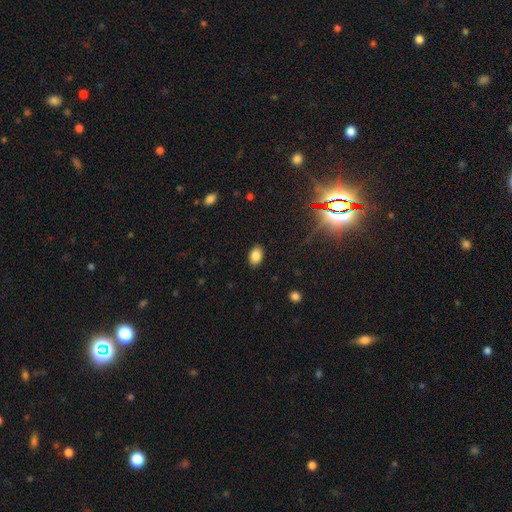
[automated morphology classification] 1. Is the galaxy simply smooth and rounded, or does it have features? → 85% smooth, 10% star or artifact, 5% featured or disk.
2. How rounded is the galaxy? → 86% in between, 13% round, 1% cigar-shaped.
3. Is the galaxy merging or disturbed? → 88% none, 8% minor disturbance, 2% major disturbance, 1% merger.